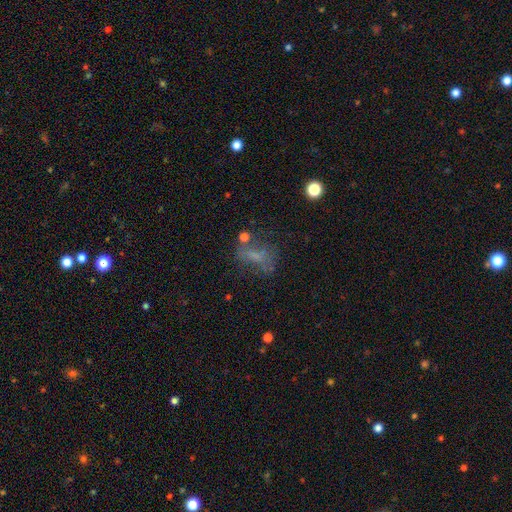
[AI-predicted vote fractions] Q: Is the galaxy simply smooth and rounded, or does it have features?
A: smooth — 43%.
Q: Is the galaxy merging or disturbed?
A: none — 45%.